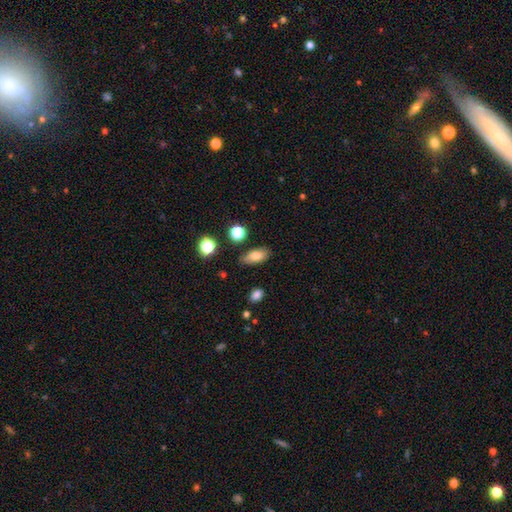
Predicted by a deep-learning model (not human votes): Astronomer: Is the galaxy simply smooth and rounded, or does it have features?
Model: smooth — 79%.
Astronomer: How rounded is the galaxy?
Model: in between — 82%.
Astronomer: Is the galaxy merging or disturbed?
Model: none — 78%.